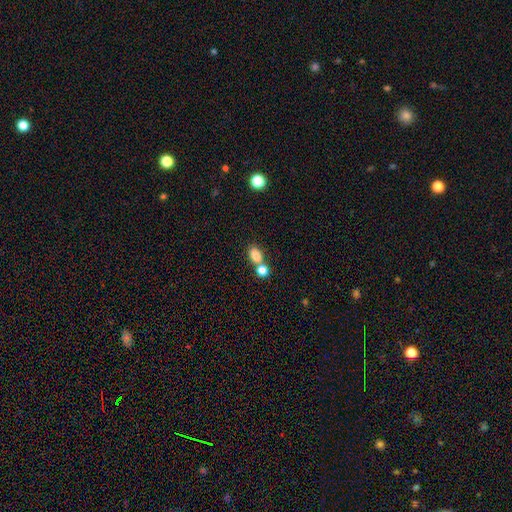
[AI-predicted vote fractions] The model was most divided on "merging": none: 49%, merger: 37%, minor disturbance: 10%, major disturbance: 4%. More confident: smooth or featured — smooth (82%); how rounded — in between (76%).